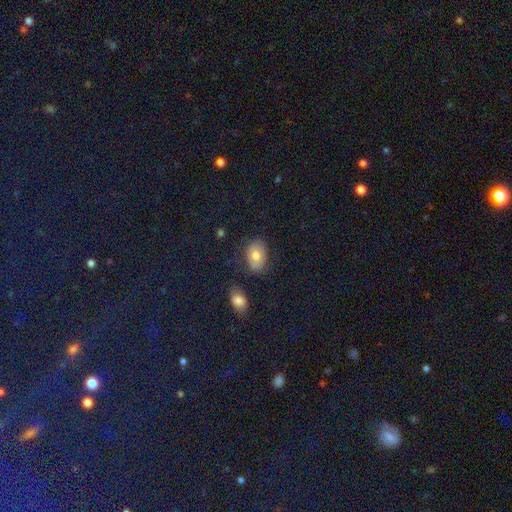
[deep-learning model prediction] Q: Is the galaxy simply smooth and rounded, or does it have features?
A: smooth — 70%.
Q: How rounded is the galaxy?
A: in between — 80%.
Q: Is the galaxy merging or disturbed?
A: none — 74%.